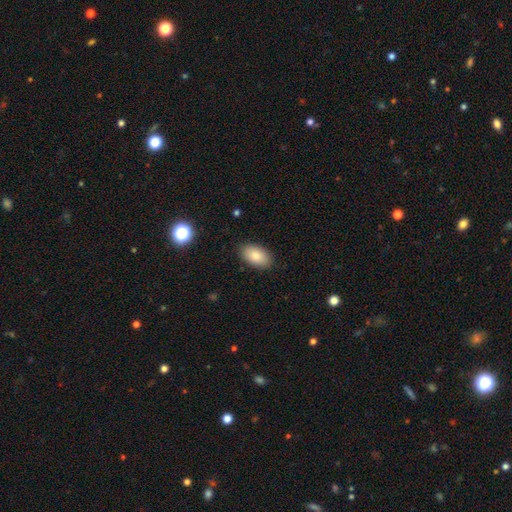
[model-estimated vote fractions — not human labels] The model was most divided on "merging": none: 87%, minor disturbance: 10%, major disturbance: 2%, merger: 1%. More confident: how rounded — in between (93%); smooth or featured — smooth (86%).